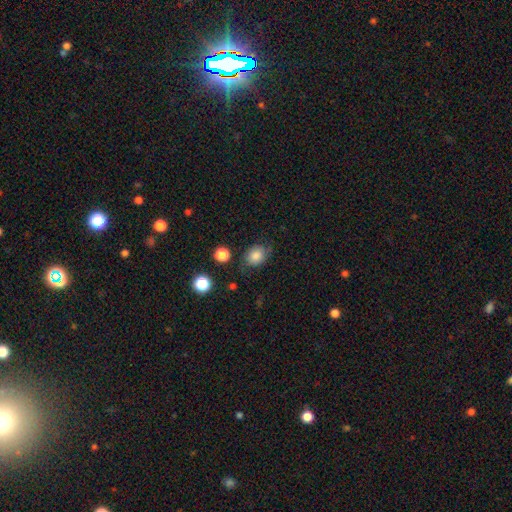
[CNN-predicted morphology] Q: Smooth or featured?
A: smooth (82%); runner-up: star or artifact (10%)
Q: How rounded?
A: round (53%); runner-up: in between (46%)
Q: Merging?
A: none (71%); runner-up: minor disturbance (20%)